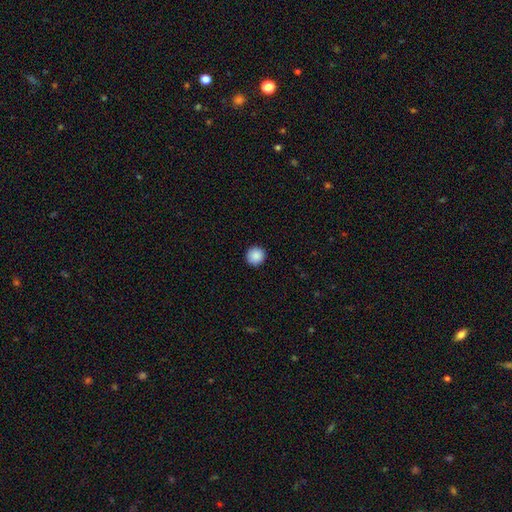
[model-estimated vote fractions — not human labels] Smooth or featured? smooth (89%)
How rounded? round (95%)
Merging? none (93%)